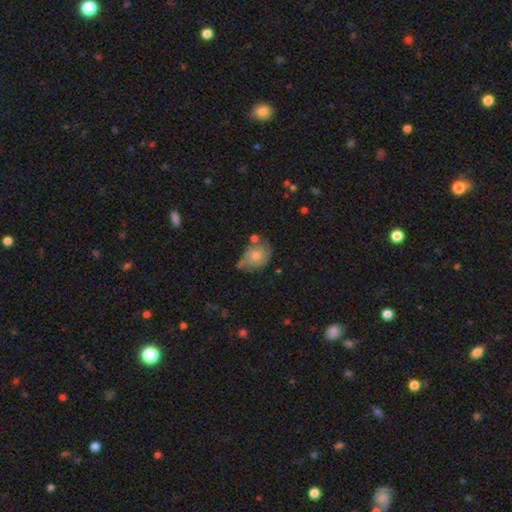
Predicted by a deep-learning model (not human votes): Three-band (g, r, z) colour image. It shows a smooth galaxy with no disk features (57%) that is in between round and cigar-shaped (55%). Merging: none (36%).